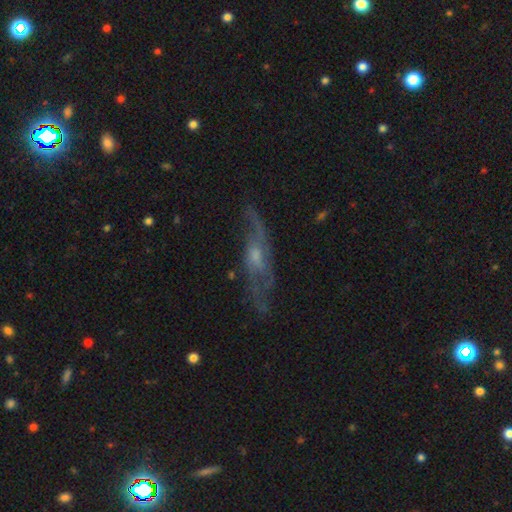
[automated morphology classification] smooth_or_featured: featured or disk (p=0.74) [alt: smooth p=0.18]
disk_edge_on: no (p=0.70) [alt: yes p=0.30]
bar: no (p=0.65) [alt: weak p=0.30]
has_spiral_arms: yes (p=0.79) [alt: no p=0.21]
bulge_size: small (p=0.45) [alt: moderate p=0.43]
merging: none (p=0.62) [alt: minor disturbance p=0.21]